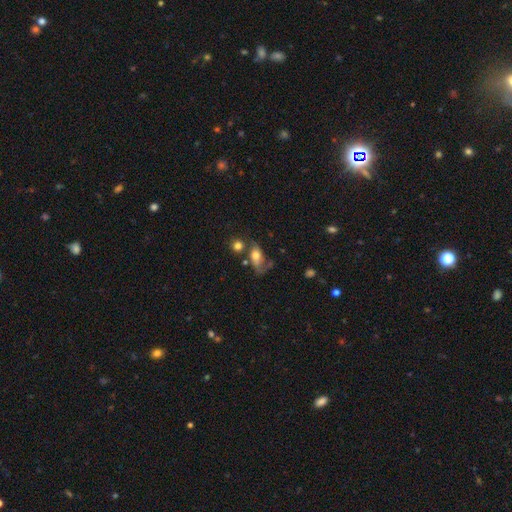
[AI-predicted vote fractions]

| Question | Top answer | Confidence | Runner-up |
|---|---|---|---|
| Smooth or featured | smooth | 55% | featured or disk (36%) |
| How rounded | in between | 79% | round (17%) |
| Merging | none | 33% | major disturbance (26%) |